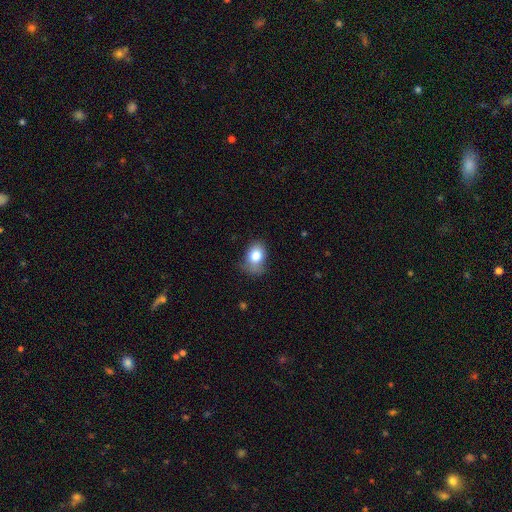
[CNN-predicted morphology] This is likely a smooth galaxy (80%). How rounded: likely in between (68%). Merging: possibly none (49%).